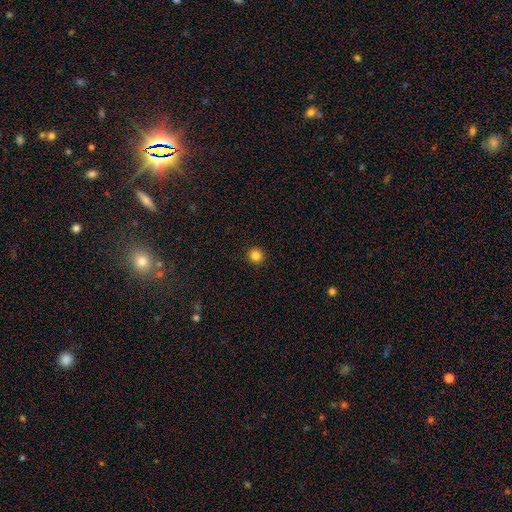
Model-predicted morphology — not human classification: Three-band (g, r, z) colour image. It shows a smooth galaxy with no disk features (85%) that is round (96%). Merging: none (93%).